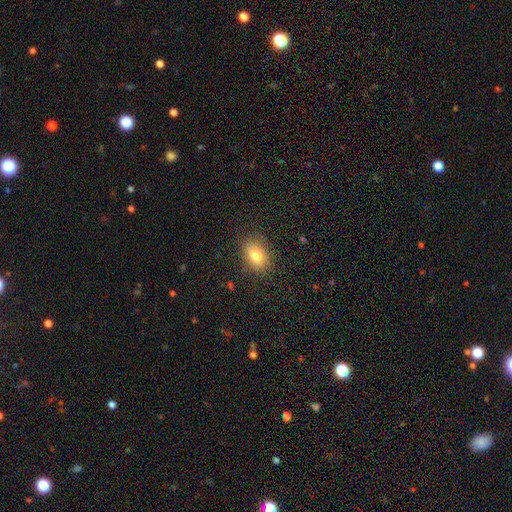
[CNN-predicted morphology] smooth-or-featured: smooth: 80% | star or artifact: 10% | featured or disk: 10%
  how-rounded: in between: 79% | round: 20% | cigar-shaped: 2%
  merging: none: 85% | minor disturbance: 11% | major disturbance: 3% | merger: 1%